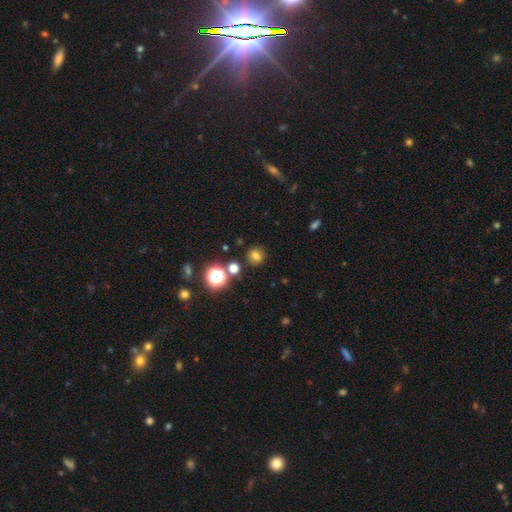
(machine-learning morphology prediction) Smooth or featured? smooth (73%)
How rounded? round (80%)
Merging? none (83%)